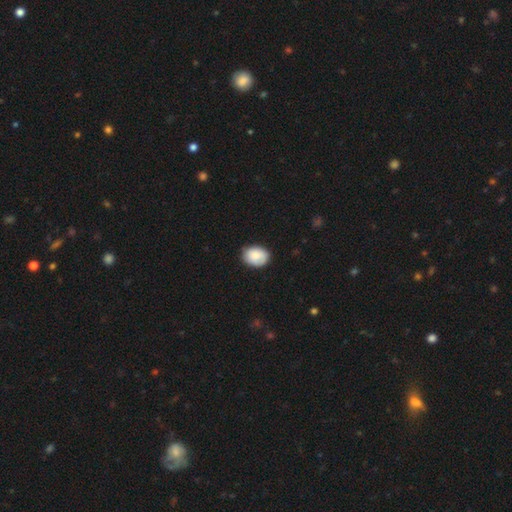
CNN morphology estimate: Overall: smooth (85%). How rounded: in between (66%; round 34%). Merging: none (80%).